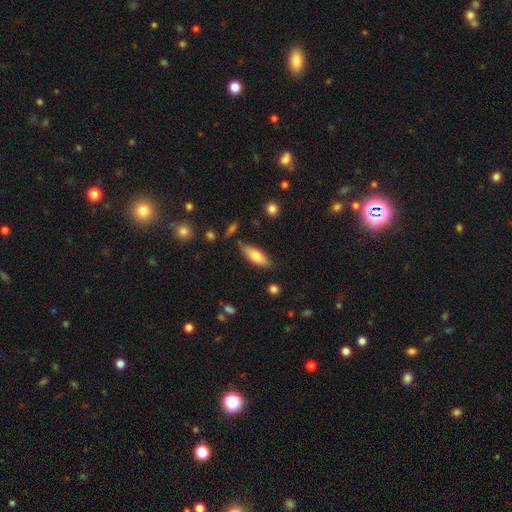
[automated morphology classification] Overall: smooth (72%). How rounded: in between (68%; cigar-shaped 30%). Merging: none (77%).